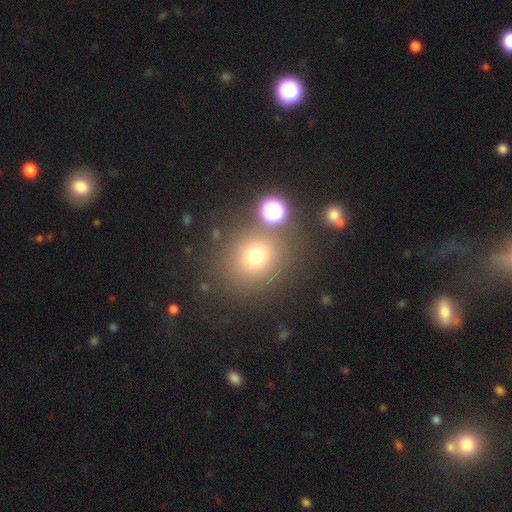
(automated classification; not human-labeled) Q: Smooth or featured?
A: smooth (71%); runner-up: star or artifact (19%)
Q: How rounded?
A: round (85%); runner-up: in between (14%)
Q: Merging?
A: none (77%); runner-up: minor disturbance (9%)